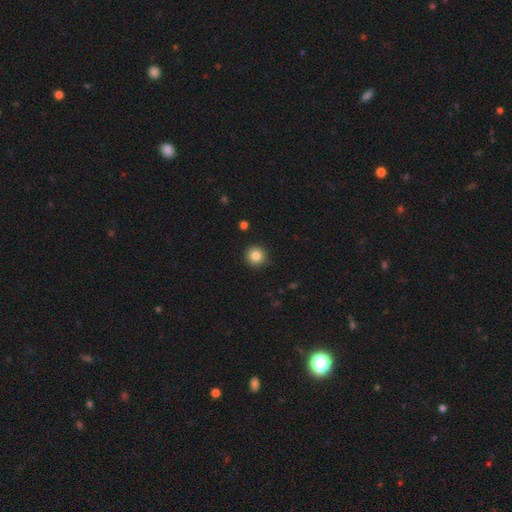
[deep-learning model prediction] The model was most divided on "smooth or featured": smooth: 84%, star or artifact: 10%, featured or disk: 6%. More confident: how rounded — round (94%); merging — none (90%).